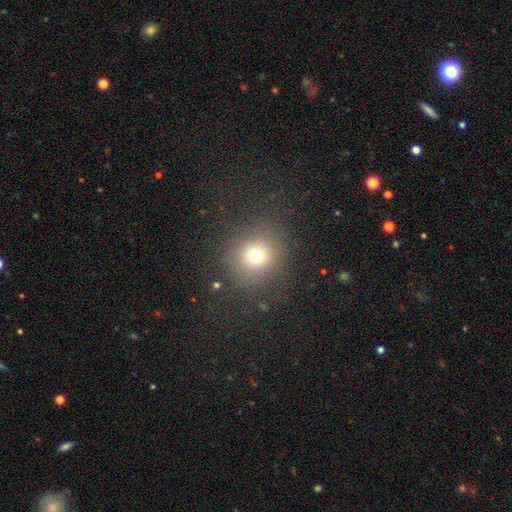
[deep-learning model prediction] This appears to be a smooth galaxy with no disk features (72%) that is round (89%). Merging: none (82%).